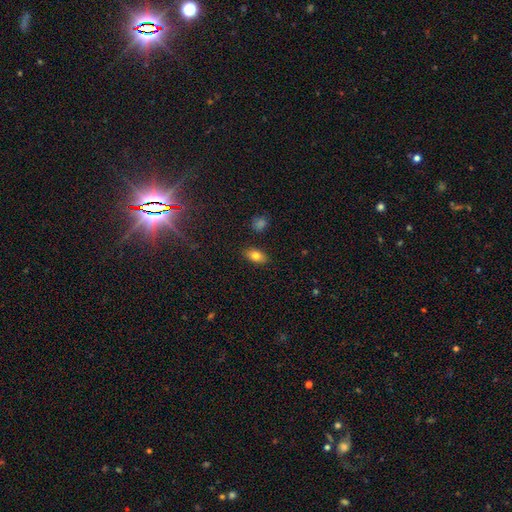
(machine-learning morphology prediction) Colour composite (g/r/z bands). It shows a smooth galaxy with no disk features (79%) that is in between round and cigar-shaped (88%). Merging: none (87%).